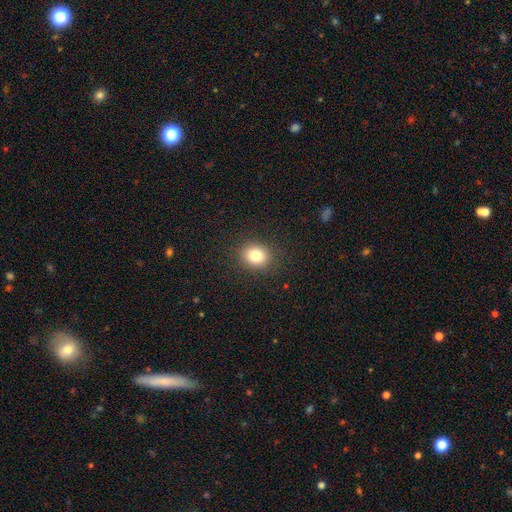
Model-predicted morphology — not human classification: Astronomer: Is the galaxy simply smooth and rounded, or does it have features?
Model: smooth — 81%.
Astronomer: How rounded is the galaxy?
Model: round — 68%.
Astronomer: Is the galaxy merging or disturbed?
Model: none — 89%.